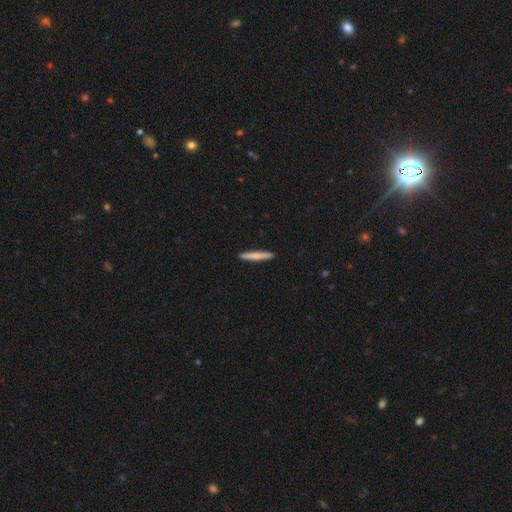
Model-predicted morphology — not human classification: smooth 74%, featured or disk 21%, star or artifact 5%. Down the decision tree: how rounded — cigar-shaped (96%); merging — none (92%).